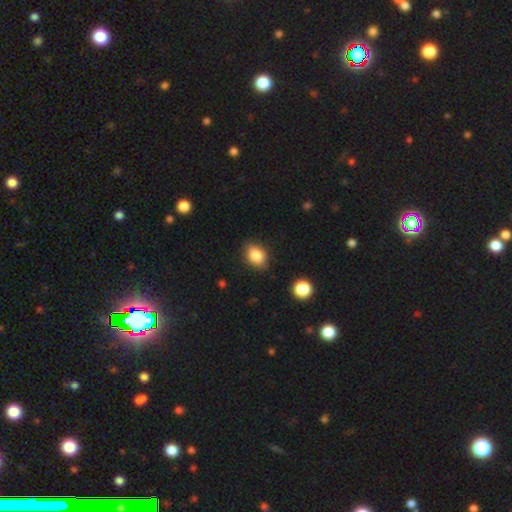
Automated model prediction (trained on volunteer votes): The model was most divided on "how rounded": in between: 75%, round: 23%, cigar-shaped: 2%. More confident: smooth or featured — smooth (84%); merging — none (83%).